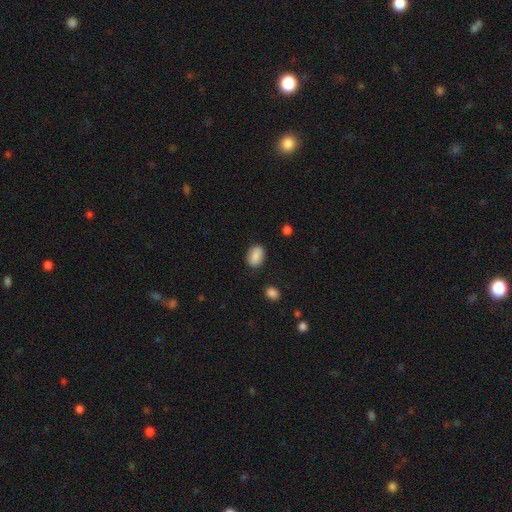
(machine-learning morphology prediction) A smooth galaxy with no disk features (88%) that is in between round and cigar-shaped (86%). Merging: none (84%).